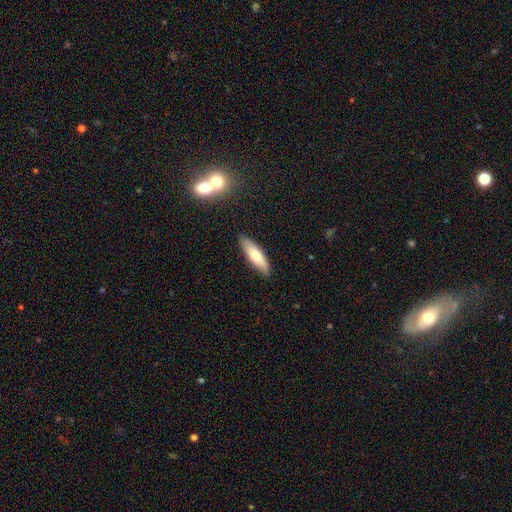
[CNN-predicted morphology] smooth_or_featured: smooth (p=0.66) [alt: featured or disk p=0.28]
how_rounded: cigar-shaped (p=0.59) [alt: in between p=0.39]
merging: none (p=0.88) [alt: minor disturbance p=0.09]